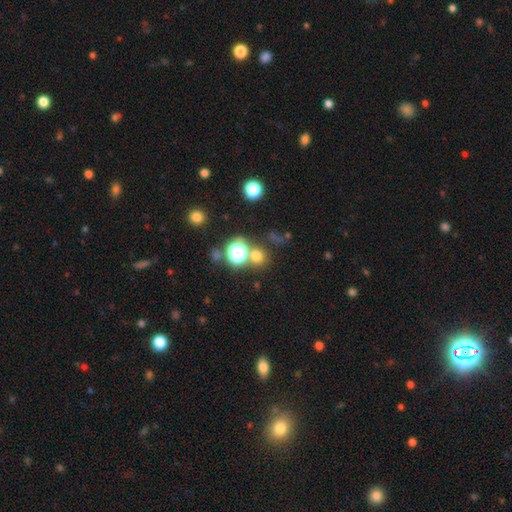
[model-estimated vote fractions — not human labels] A smooth galaxy with no disk features (64%) that is round (89%).

Vote fractions:
- Smooth or featured? smooth: 64% / star or artifact: 29% / featured or disk: 7%
- How rounded? round: 89% / in between: 10% / cigar-shaped: 1%
- Merging? none: 71% / merger: 17% / minor disturbance: 8% / major disturbance: 4%